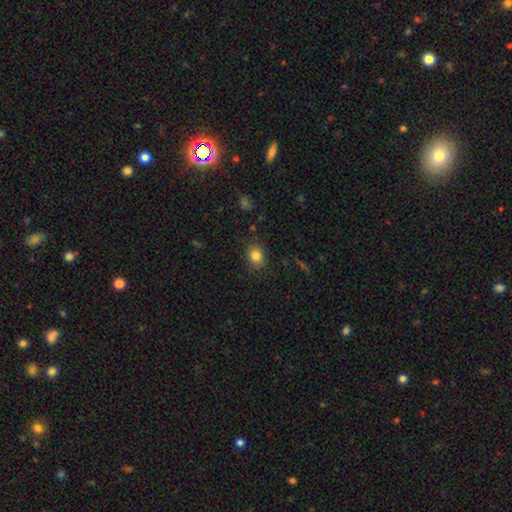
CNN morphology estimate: A smooth galaxy with no disk features (83%) that is round (59%).

Vote fractions:
- Smooth or featured? smooth: 83% / star or artifact: 11% / featured or disk: 6%
- How rounded? round: 59% / in between: 40% / cigar-shaped: 1%
- Merging? none: 79% / minor disturbance: 16% / major disturbance: 4% / merger: 2%